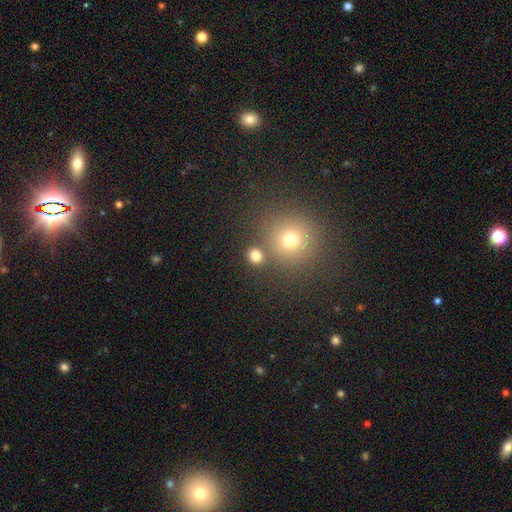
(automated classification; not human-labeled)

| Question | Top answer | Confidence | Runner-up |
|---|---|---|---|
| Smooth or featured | smooth | 78% | star or artifact (16%) |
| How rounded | round | 84% | in between (15%) |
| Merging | none | 78% | merger (12%) |